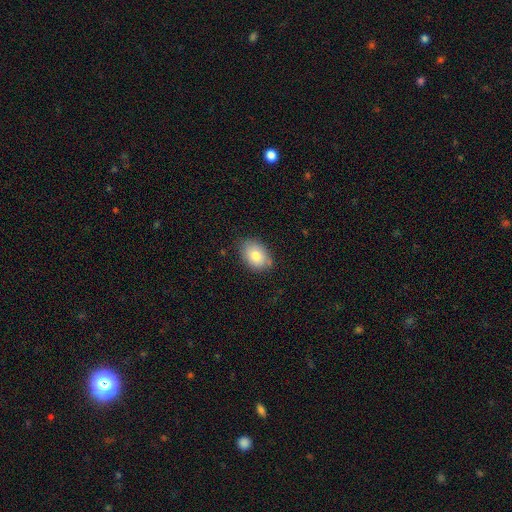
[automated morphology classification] This is likely a smooth galaxy (78%). How rounded: likely in between (79%). Merging: likely none (75%).